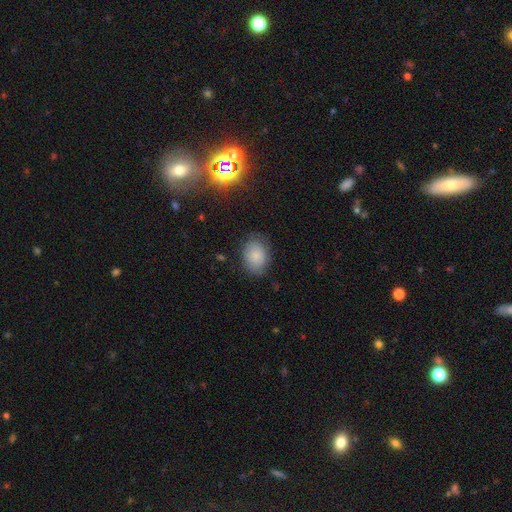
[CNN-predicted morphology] Q: Smooth or featured?
A: smooth (84%); runner-up: featured or disk (8%)
Q: How rounded?
A: in between (69%); runner-up: round (30%)
Q: Merging?
A: none (77%); runner-up: minor disturbance (17%)